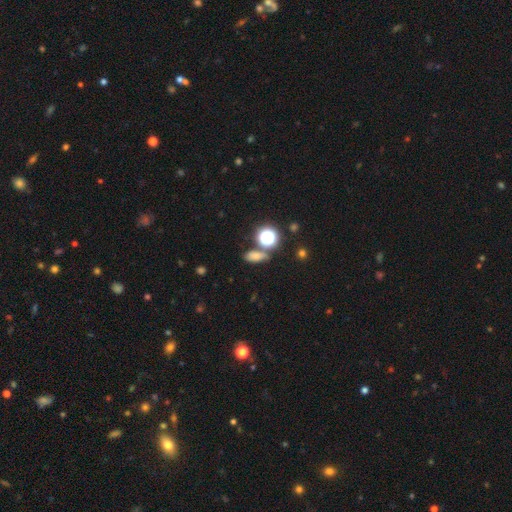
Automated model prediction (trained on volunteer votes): Smooth or featured?
  - smooth: 66% *
  - star or artifact: 24%
  - featured or disk: 10%
How rounded?
  - in between: 68% *
  - round: 20%
  - cigar-shaped: 12%
Merging?
  - none: 72% *
  - minor disturbance: 13%
  - merger: 11%
  - major disturbance: 5%